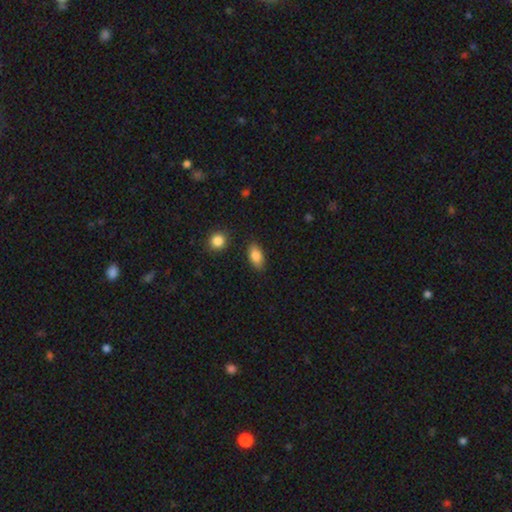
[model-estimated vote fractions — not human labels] Smooth or featured?
  - smooth: 84% *
  - featured or disk: 8%
  - star or artifact: 7%
How rounded?
  - in between: 89% *
  - cigar-shaped: 6%
  - round: 5%
Merging?
  - none: 85% *
  - minor disturbance: 10%
  - major disturbance: 2%
  - merger: 2%